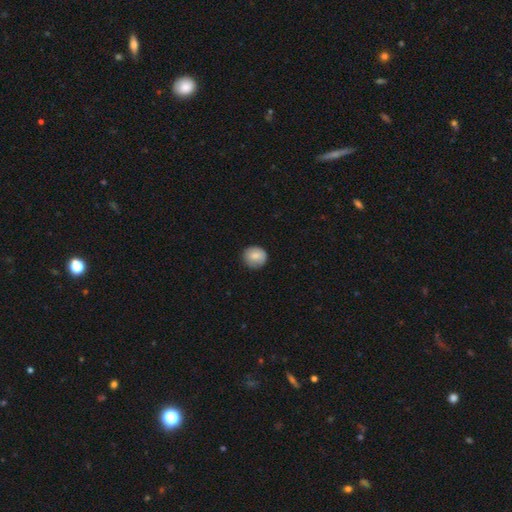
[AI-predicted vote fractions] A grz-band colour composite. It shows a smooth galaxy with no disk features (84%) that is round (91%). Merging: none (86%).